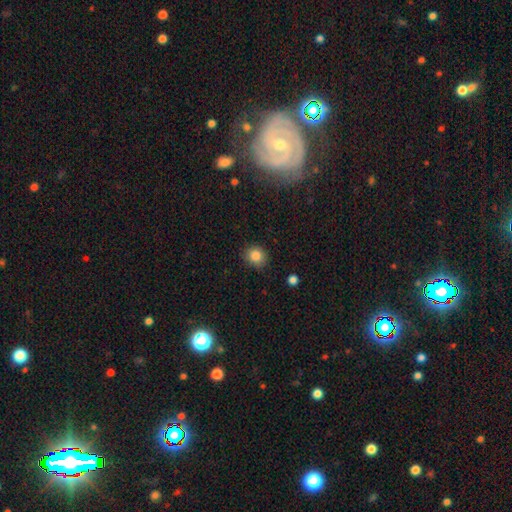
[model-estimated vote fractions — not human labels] A smooth galaxy with no disk features (84%) that is round (79%). Merging: none (86%).